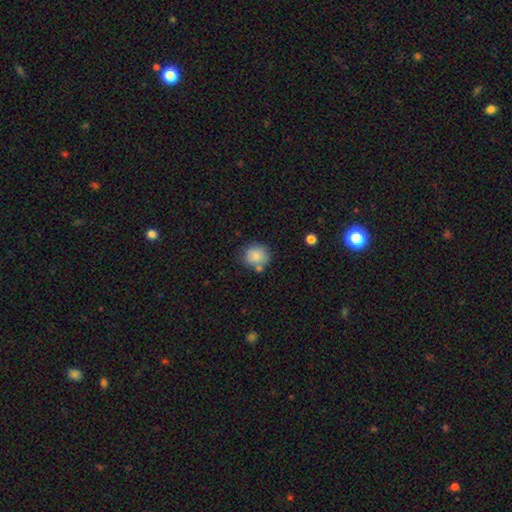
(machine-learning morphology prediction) The model was most divided on "merging": none: 70%, minor disturbance: 15%, merger: 11%, major disturbance: 4%. More confident: how rounded — round (85%); smooth or featured — smooth (82%).